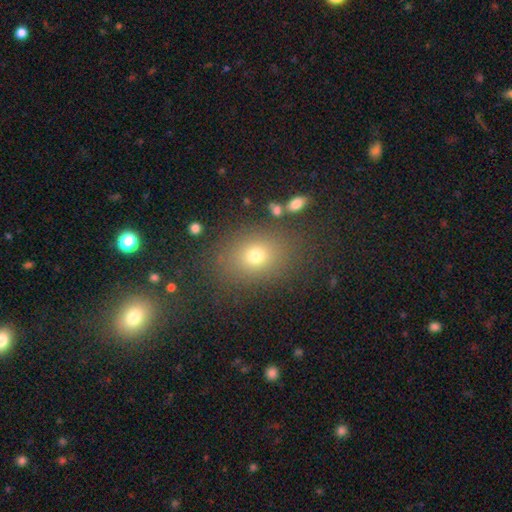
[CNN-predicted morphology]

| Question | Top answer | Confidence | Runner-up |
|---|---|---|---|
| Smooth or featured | smooth | 71% | star or artifact (18%) |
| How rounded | in between | 56% | round (43%) |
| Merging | none | 81% | minor disturbance (11%) |